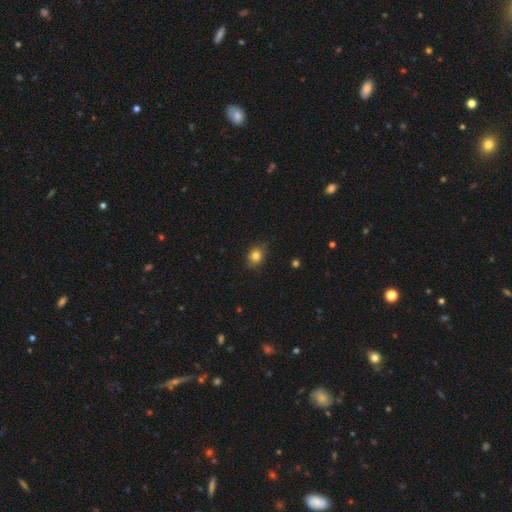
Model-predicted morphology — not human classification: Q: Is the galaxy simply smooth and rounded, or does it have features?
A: smooth — 82%.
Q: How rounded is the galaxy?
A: in between — 52%.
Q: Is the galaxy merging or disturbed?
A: none — 77%.